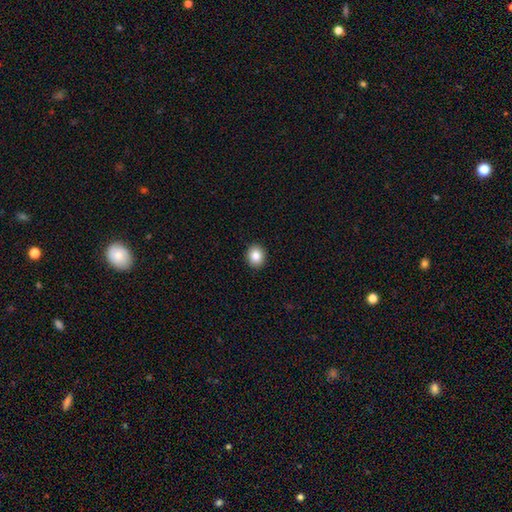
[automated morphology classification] smooth 85%, star or artifact 9%, featured or disk 6%. Down the decision tree: how rounded — round (68%); merging — none (92%).